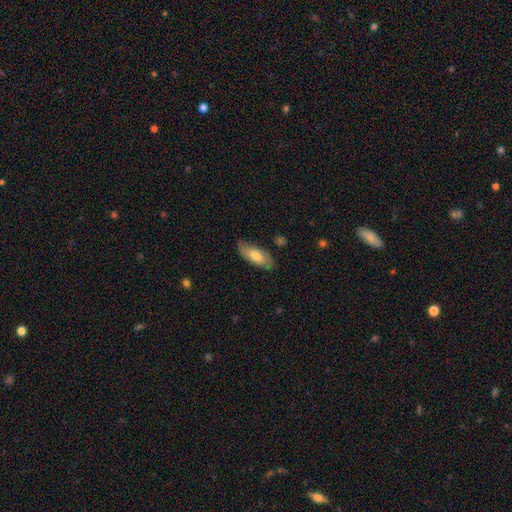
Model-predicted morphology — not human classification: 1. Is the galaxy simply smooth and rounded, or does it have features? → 68% smooth, 26% featured or disk, 6% star or artifact.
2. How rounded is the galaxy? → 80% in between, 18% cigar-shaped, 2% round.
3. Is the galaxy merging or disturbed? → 76% none, 19% minor disturbance, 3% major disturbance, 2% merger.